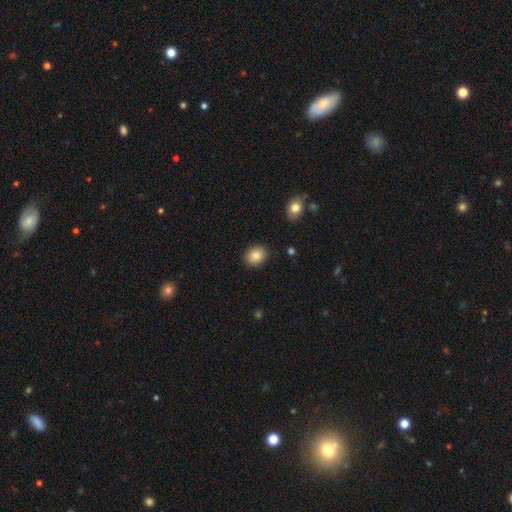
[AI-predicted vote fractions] The model was most divided on "how rounded": round: 50%, in between: 49%, cigar-shaped: 1%. More confident: merging — none (87%); smooth or featured — smooth (86%).